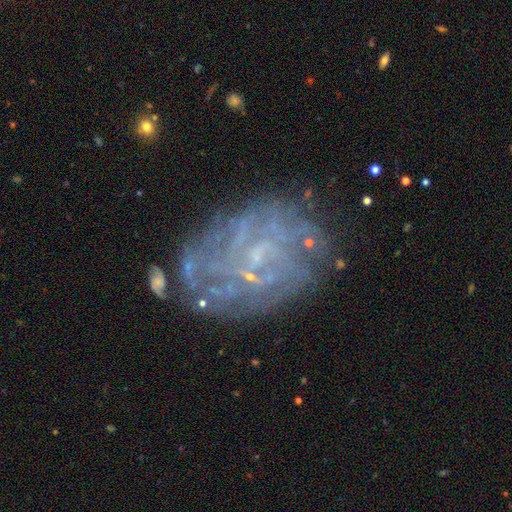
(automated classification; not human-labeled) Overall: featured or disk (71%). Edge-on disk: no (97%). Bar: no (55%; weak 35%). Spiral arms: yes (67%; no 33%). Bulge size: small (62%; none 27%). Merging: none (68%).